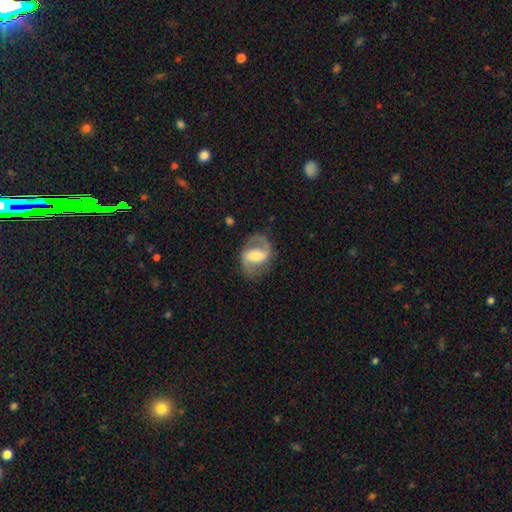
Volunteers were most divided on "spiral winding": medium: 58%, tight: 26%, loose: 16%. More confident: edge-on disk — no (94%); spiral arms — yes (94%); spiral arm count — 2 (94%); smooth or featured — featured or disk (92%); merging — none (92%); bar — strong (70%); bulge size — moderate (70%).